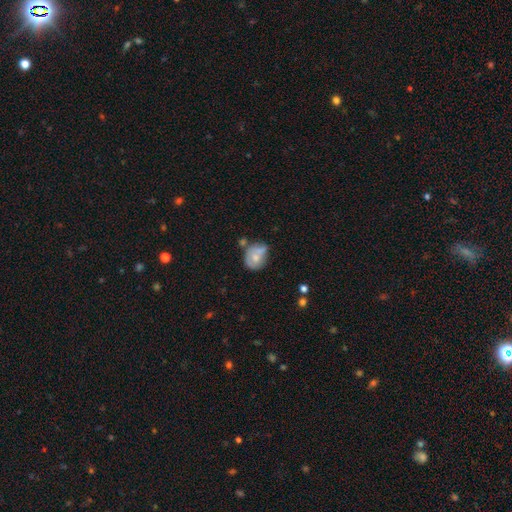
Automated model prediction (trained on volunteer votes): A smooth galaxy with no disk features (58%) that is round (56%). Merging: none (36%).